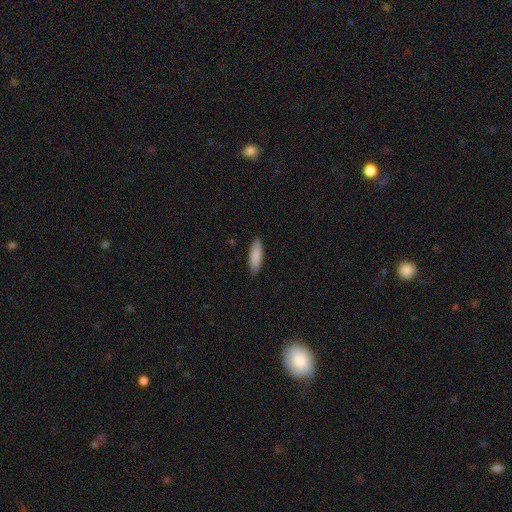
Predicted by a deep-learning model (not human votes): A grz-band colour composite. It shows a smooth galaxy with no disk features (88%) that is cigar-shaped (59%). Merging: none (89%).